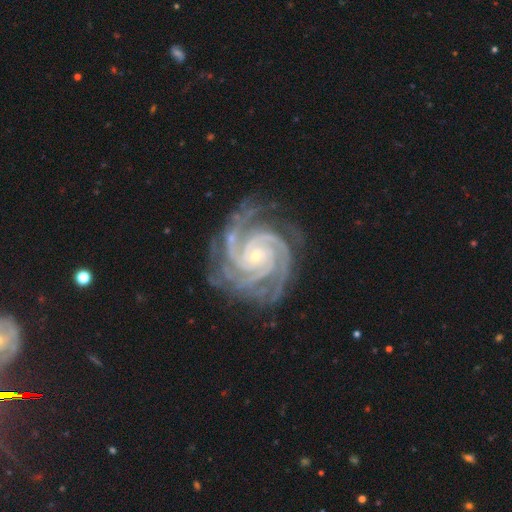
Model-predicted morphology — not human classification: Smooth or featured? Predicted: featured or disk (p=0.94). Edge-on disk? Predicted: no (p=0.98). Bar? Predicted: no (p=0.69). Spiral arms? Predicted: yes (p=0.99). Spiral winding? Predicted: tight (p=0.78). Spiral arm count? Predicted: 4 (p=0.33). Bulge size? Predicted: small (p=0.82). Merging? Predicted: none (p=0.78).